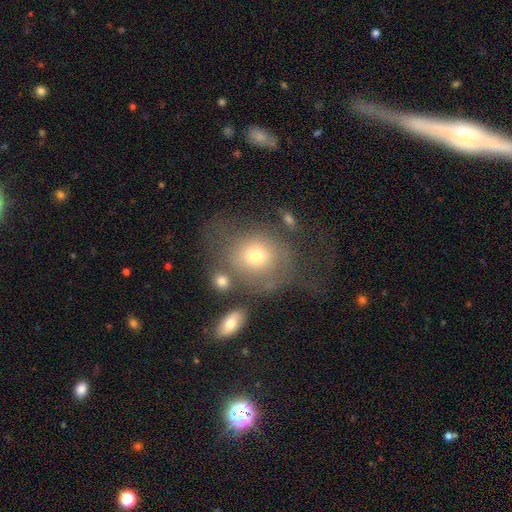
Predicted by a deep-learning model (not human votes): smooth-or-featured: smooth: 60% | featured or disk: 27% | star or artifact: 12%
  how-rounded: round: 66% | in between: 33% | cigar-shaped: 1%
  merging: none: 41% | major disturbance: 28% | minor disturbance: 20% | merger: 10%